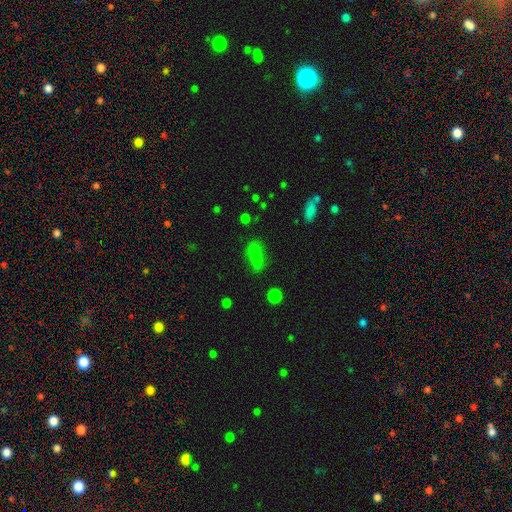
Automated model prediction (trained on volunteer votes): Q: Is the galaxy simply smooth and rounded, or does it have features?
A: smooth — 74%.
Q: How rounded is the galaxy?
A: in between — 82%.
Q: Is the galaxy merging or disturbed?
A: none — 68%.